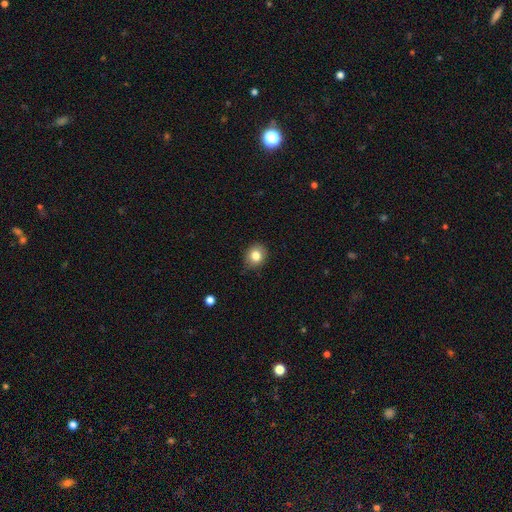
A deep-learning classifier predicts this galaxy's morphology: Q: Smooth or featured?
A: smooth (82%); runner-up: star or artifact (10%)
Q: How rounded?
A: round (69%); runner-up: in between (30%)
Q: Merging?
A: none (82%); runner-up: minor disturbance (15%)